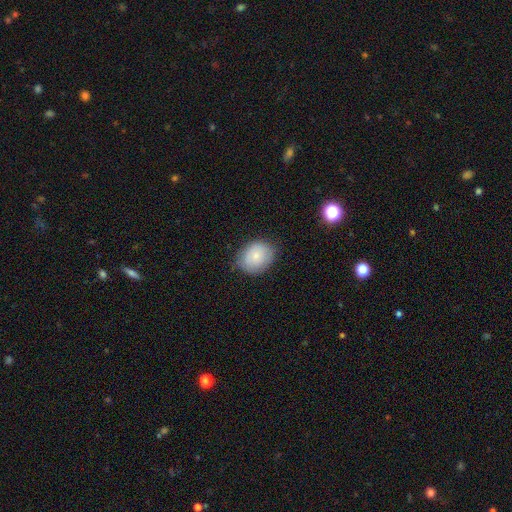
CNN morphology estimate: Q: Smooth or featured?
A: smooth (76%); runner-up: featured or disk (17%)
Q: How rounded?
A: in between (51%); runner-up: round (48%)
Q: Merging?
A: none (75%); runner-up: minor disturbance (20%)